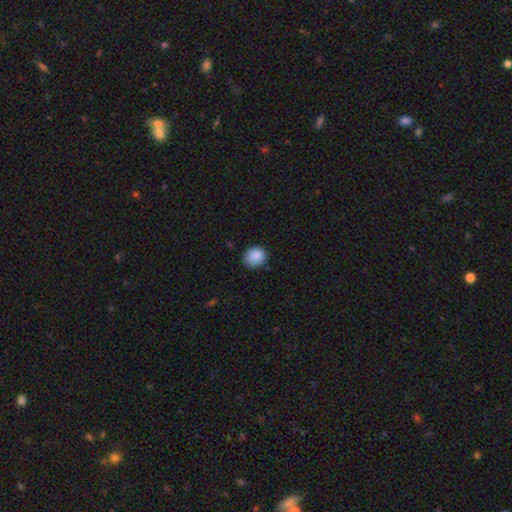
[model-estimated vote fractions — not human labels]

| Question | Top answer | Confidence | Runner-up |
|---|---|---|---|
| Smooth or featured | smooth | 88% | star or artifact (8%) |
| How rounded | round | 72% | in between (27%) |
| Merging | none | 76% | minor disturbance (20%) |